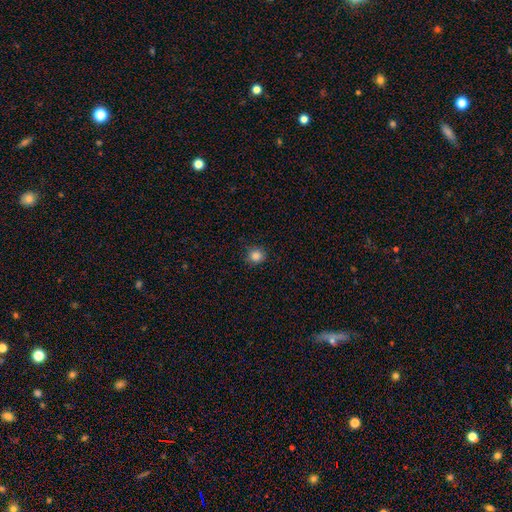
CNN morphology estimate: Q: Smooth or featured?
A: smooth (85%); runner-up: star or artifact (11%)
Q: How rounded?
A: round (88%); runner-up: in between (11%)
Q: Merging?
A: none (87%); runner-up: minor disturbance (10%)